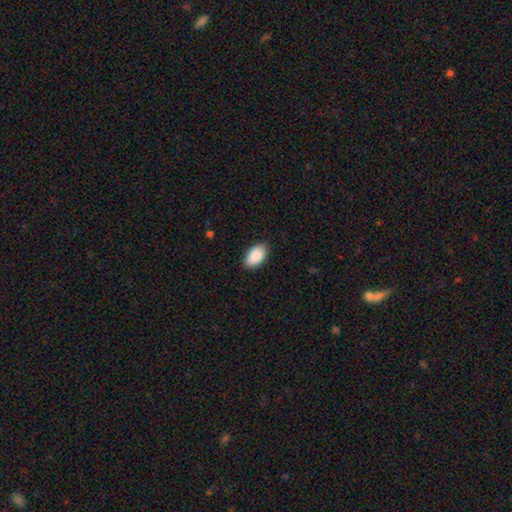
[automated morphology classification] Smooth or featured: smooth — 90% (star or artifact — 6%)
How rounded: in between — 95% (round — 4%)
Merging: none — 88% (minor disturbance — 9%)